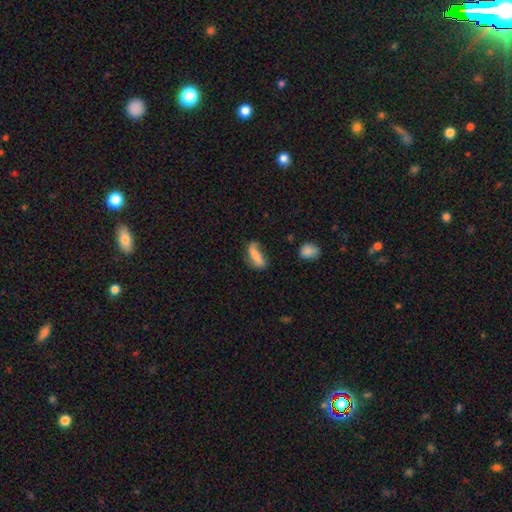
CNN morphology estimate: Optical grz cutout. It shows a smooth galaxy with no disk features (68%) that is in between round and cigar-shaped (64%). Merging: none (49%).